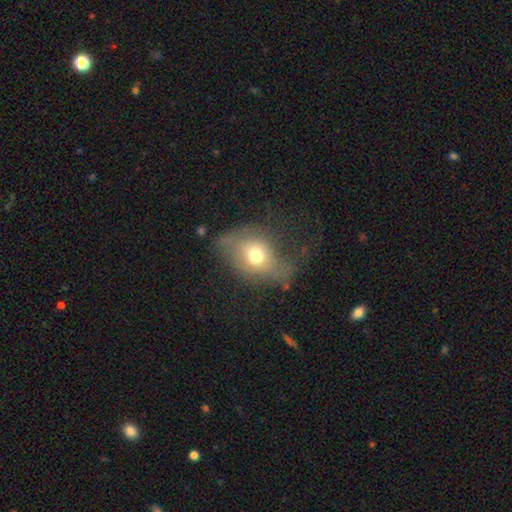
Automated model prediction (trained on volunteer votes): Smooth or featured? smooth (59%)
How rounded? in between (55%)
Merging? none (38%)